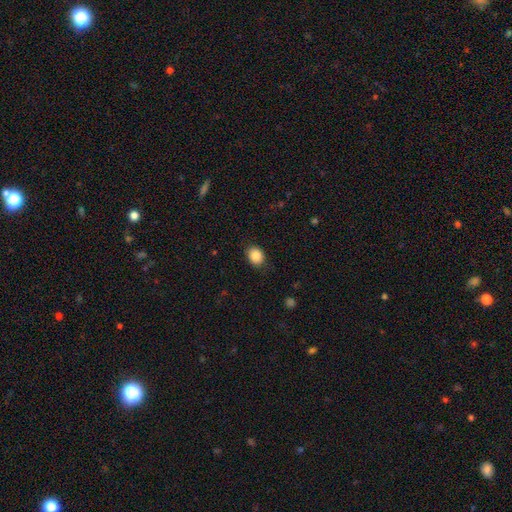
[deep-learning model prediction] A smooth galaxy with no disk features (87%) that is in between round and cigar-shaped (55%). Merging: none (84%).